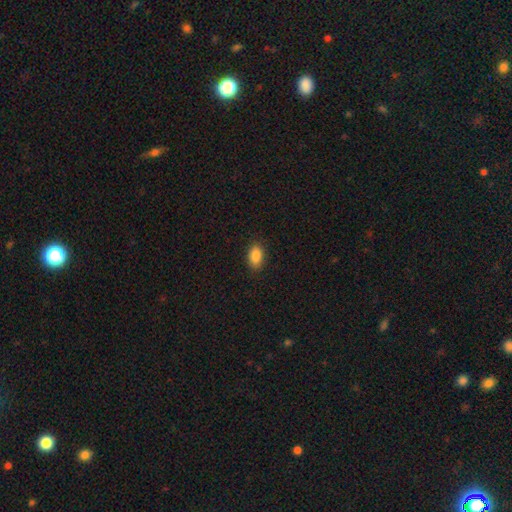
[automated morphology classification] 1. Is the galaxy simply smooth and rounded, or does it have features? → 87% smooth, 8% star or artifact, 5% featured or disk.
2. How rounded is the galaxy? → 88% in between, 9% round, 2% cigar-shaped.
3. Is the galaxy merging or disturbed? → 88% none, 9% minor disturbance, 2% major disturbance, 1% merger.